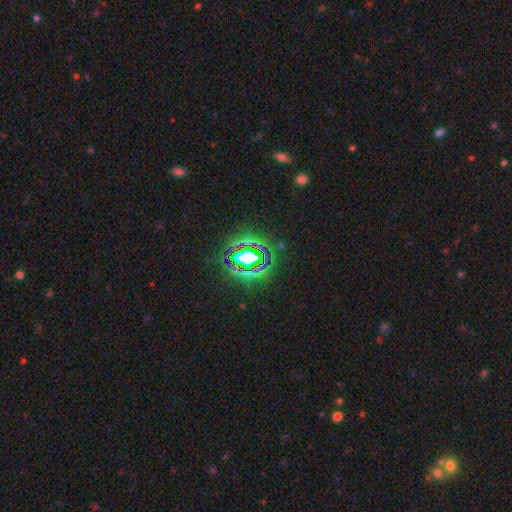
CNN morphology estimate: A star or artifact, not a galaxy (77%).